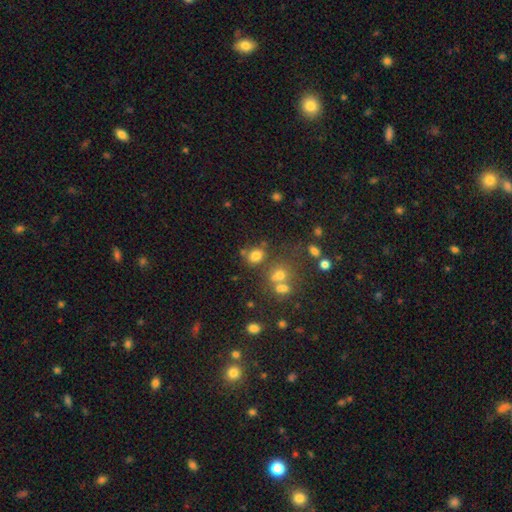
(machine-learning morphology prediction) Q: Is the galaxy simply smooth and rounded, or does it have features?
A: smooth — 75%.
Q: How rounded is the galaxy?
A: round — 55%.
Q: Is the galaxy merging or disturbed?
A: none — 66%.